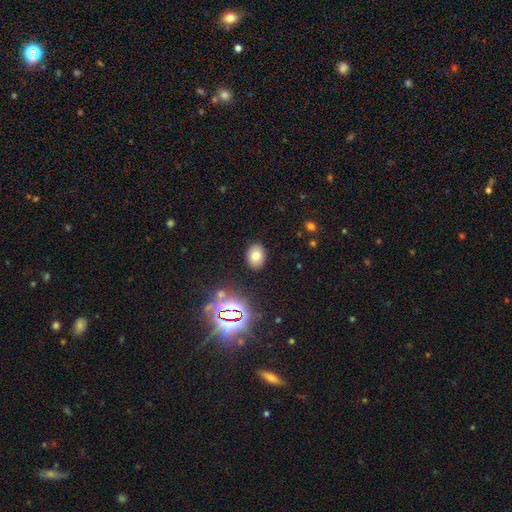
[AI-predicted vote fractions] A smooth galaxy with no disk features (74%) that is in between round and cigar-shaped (73%). Merging: none (88%).